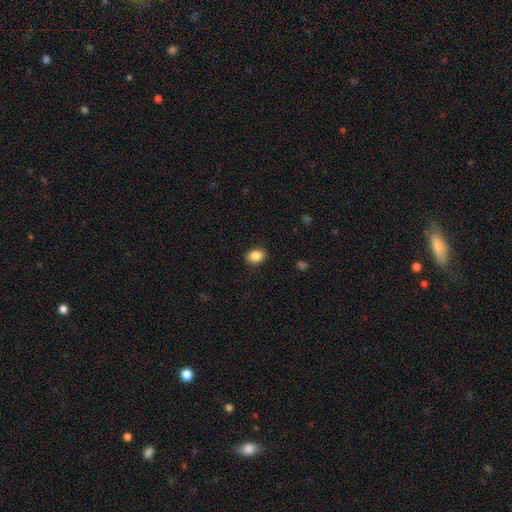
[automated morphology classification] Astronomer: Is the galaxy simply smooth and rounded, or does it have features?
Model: smooth — 86%.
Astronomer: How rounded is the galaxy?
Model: in between — 72%.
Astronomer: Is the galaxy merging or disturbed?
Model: none — 87%.